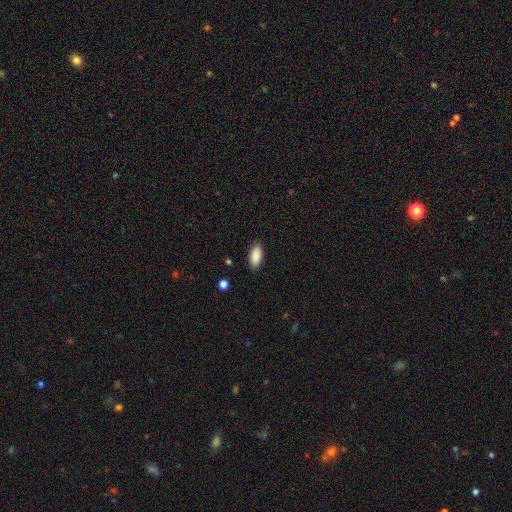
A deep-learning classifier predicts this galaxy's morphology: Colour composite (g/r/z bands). It shows a smooth galaxy with no disk features (90%) that is in between round and cigar-shaped (90%). Merging: none (87%).